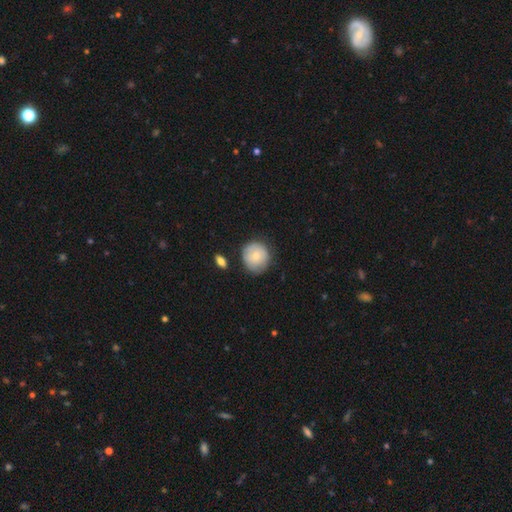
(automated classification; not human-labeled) Smooth or featured?
  - smooth: 75% *
  - featured or disk: 19%
  - star or artifact: 6%
How rounded?
  - round: 88% *
  - in between: 11%
  - cigar-shaped: 1%
Merging?
  - none: 75% *
  - minor disturbance: 18%
  - major disturbance: 4%
  - merger: 3%